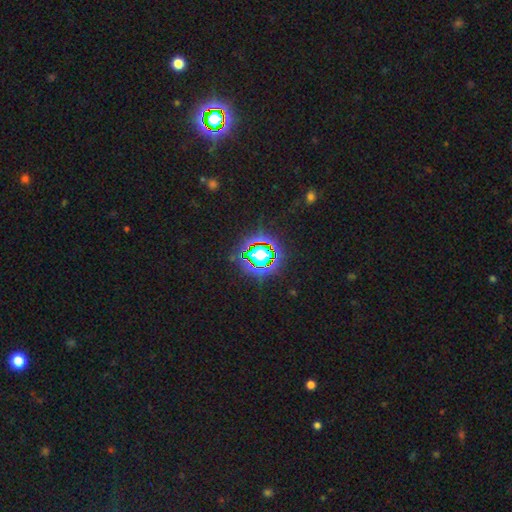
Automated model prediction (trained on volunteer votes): The model was most divided on "smooth or featured": star or artifact: 81%, smooth: 12%, featured or disk: 7%.